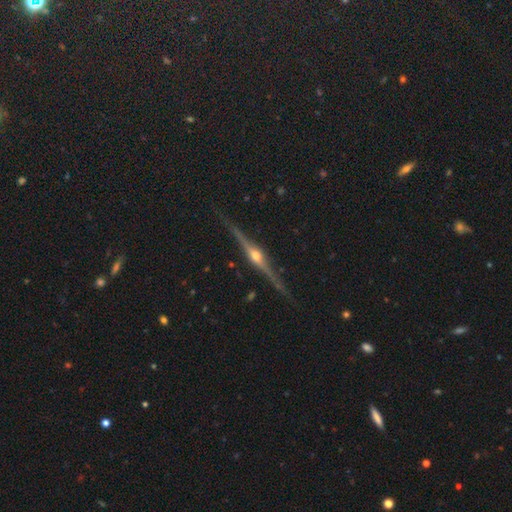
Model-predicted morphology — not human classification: smooth-or-featured: featured or disk: 89% | smooth: 6% | star or artifact: 6%
  disk-edge-on: yes: 98% | no: 2%
    edge-on-bulge: rounded: 94% | boxy: 4% | none: 2%
  merging: none: 88% | minor disturbance: 9% | major disturbance: 2% | merger: 1%